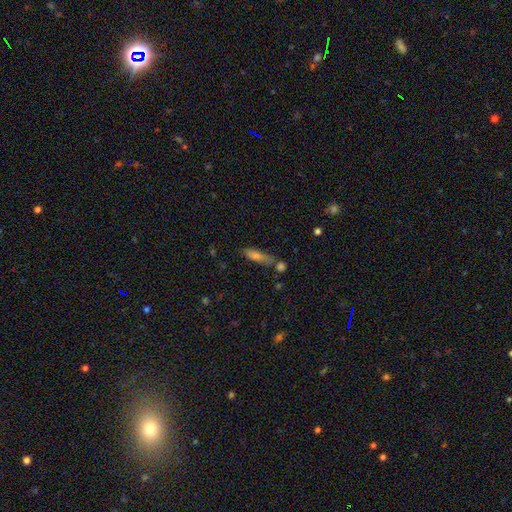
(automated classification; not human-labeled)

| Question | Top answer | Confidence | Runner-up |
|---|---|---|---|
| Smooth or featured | smooth | 65% | featured or disk (22%) |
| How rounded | cigar-shaped | 59% | in between (38%) |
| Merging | none | 59% | minor disturbance (19%) |